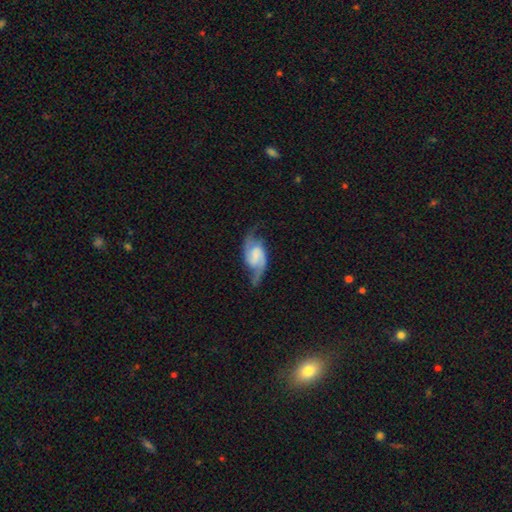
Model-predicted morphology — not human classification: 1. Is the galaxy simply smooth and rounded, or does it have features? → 85% featured or disk, 10% smooth, 5% star or artifact.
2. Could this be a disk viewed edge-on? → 97% no, 3% yes.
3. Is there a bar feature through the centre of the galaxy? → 48% weak, 31% no, 21% strong.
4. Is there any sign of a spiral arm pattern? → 97% yes, 3% no.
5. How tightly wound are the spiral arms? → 45% loose, 43% medium, 12% tight.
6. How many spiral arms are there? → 92% 2, 2% can't tell, 2% 1, 1% 3, 1% 4, 1% more than 4.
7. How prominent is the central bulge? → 45% none, 26% small, 17% moderate, 9% large, 2% dominant.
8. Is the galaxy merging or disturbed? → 70% none, 18% minor disturbance, 10% major disturbance, 2% merger.